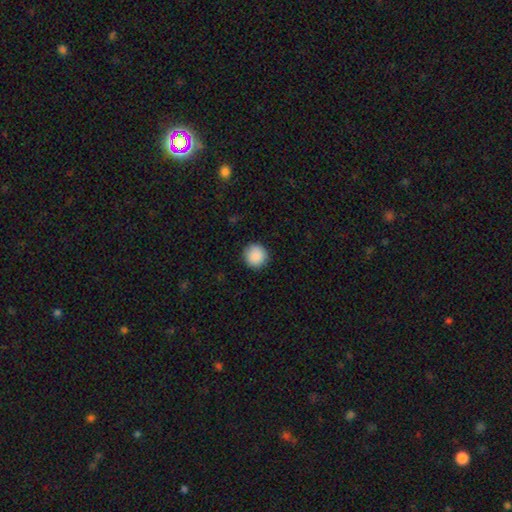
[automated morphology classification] Smooth or featured? smooth (89%)
How rounded? round (95%)
Merging? none (91%)